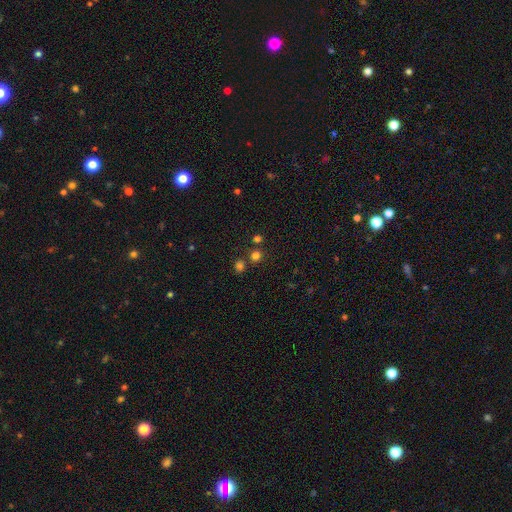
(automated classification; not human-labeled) smooth_or_featured: smooth (p=0.73) [alt: star or artifact p=0.21]
how_rounded: round (p=0.88) [alt: in between p=0.11]
merging: none (p=0.74) [alt: merger p=0.16]